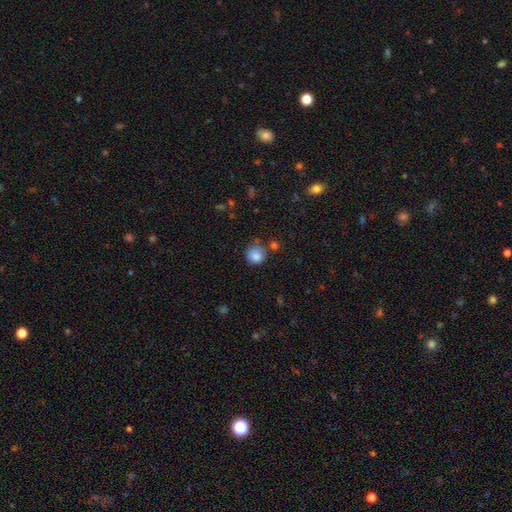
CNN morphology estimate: smooth-or-featured: smooth: 85% | star or artifact: 10% | featured or disk: 5%
  how-rounded: round: 88% | in between: 11% | cigar-shaped: 1%
  merging: none: 68% | minor disturbance: 19% | merger: 9% | major disturbance: 5%